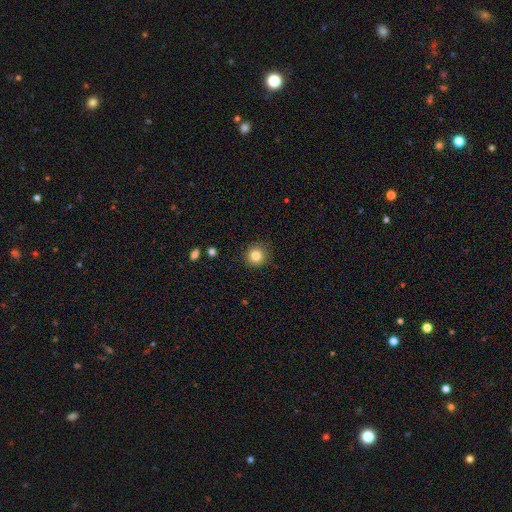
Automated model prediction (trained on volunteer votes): The model was most divided on "smooth or featured": smooth: 83%, star or artifact: 11%, featured or disk: 7%. More confident: how rounded — round (93%); merging — none (89%).